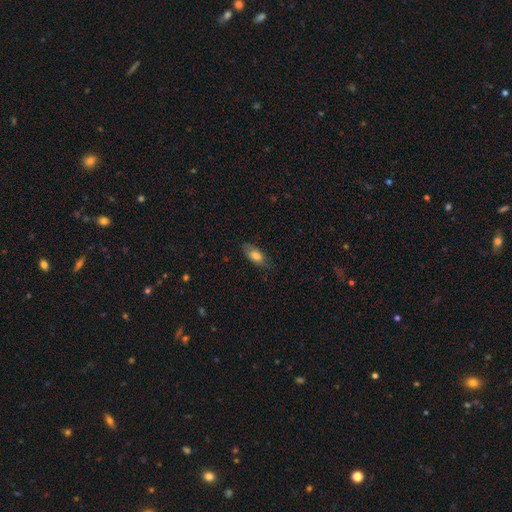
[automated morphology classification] The model was most divided on "merging": none: 75%, minor disturbance: 19%, major disturbance: 5%, merger: 1%. More confident: how rounded — in between (83%); smooth or featured — smooth (75%).